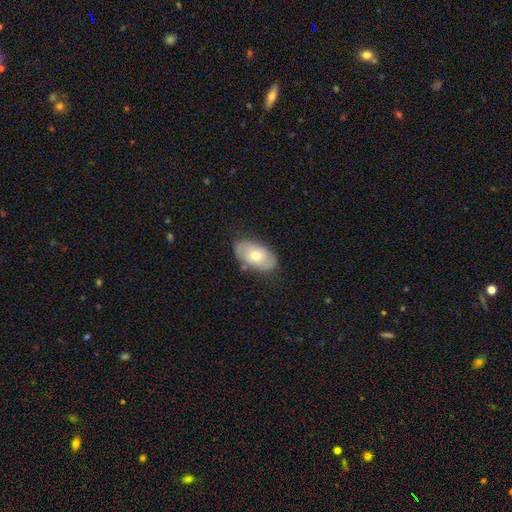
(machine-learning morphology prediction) type=smooth (62%); roundness=in between (92%); merging=none (78%).